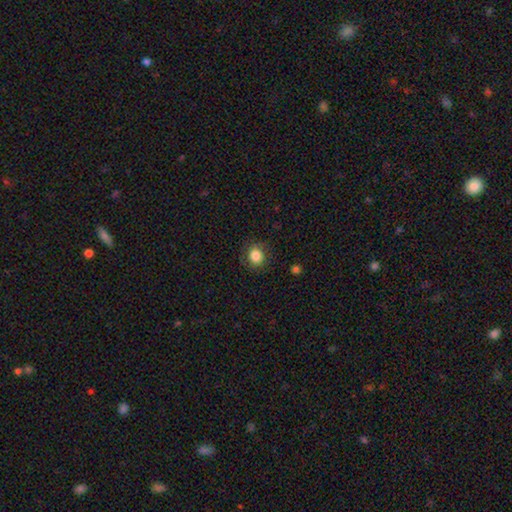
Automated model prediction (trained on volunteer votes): Morphology: type=smooth (84%); roundness=round (78%); merging=none (83%).